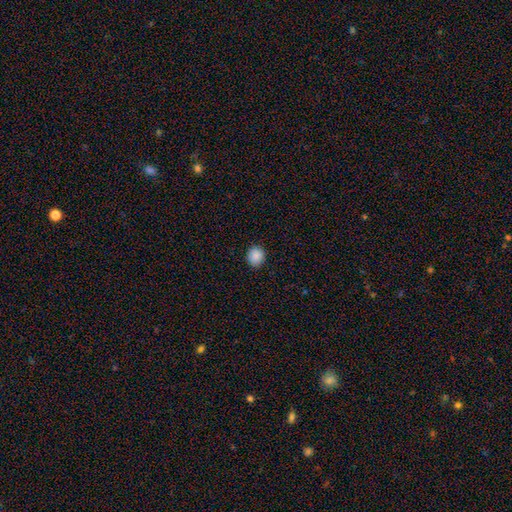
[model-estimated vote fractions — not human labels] Smooth or featured? Predicted: smooth (p=0.89). How rounded? Predicted: round (p=0.77). Merging? Predicted: none (p=0.90).